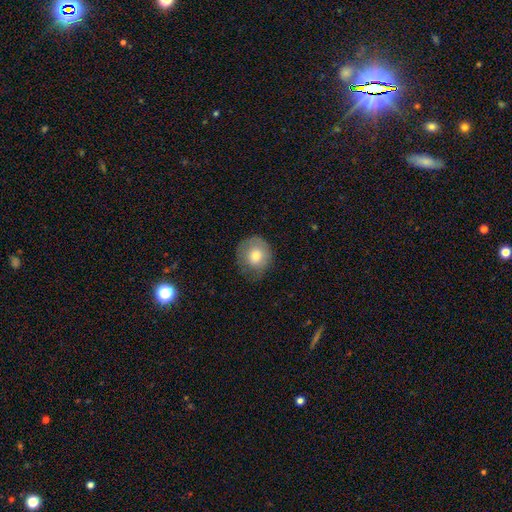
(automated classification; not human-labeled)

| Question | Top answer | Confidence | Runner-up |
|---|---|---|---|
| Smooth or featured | smooth | 74% | featured or disk (18%) |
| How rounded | round | 83% | in between (16%) |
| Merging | none | 64% | minor disturbance (26%) |